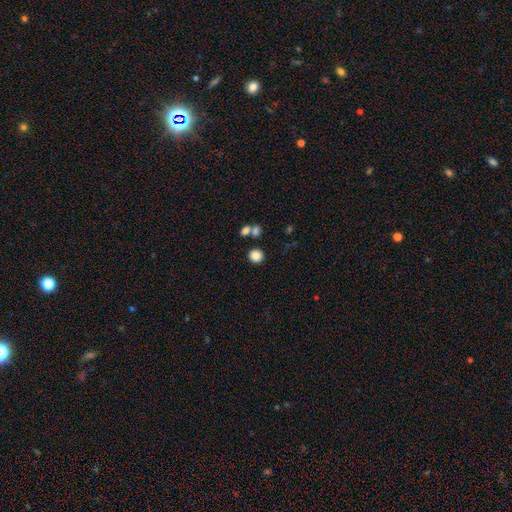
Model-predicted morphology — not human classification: The model was most divided on "merging": none: 79%, merger: 11%, minor disturbance: 7%, major disturbance: 3%. More confident: how rounded — round (88%); smooth or featured — smooth (85%).